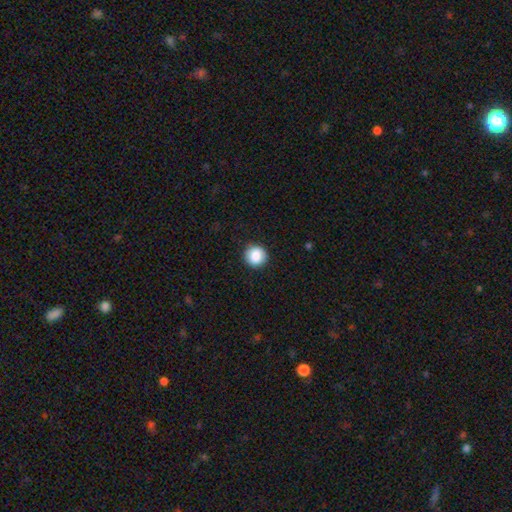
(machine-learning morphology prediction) The model was most divided on "smooth or featured": smooth: 87%, star or artifact: 8%, featured or disk: 5%. More confident: how rounded — round (94%); merging — none (91%).